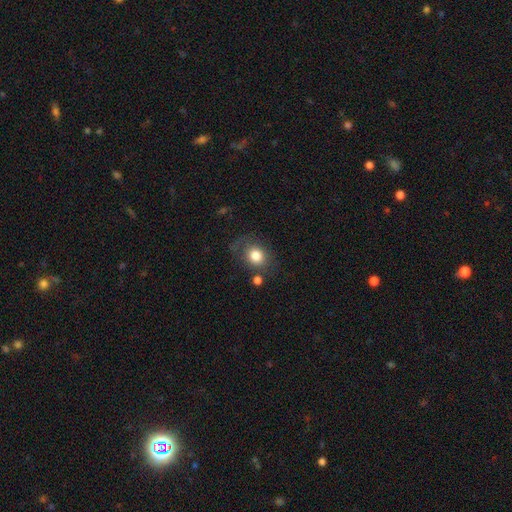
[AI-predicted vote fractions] Smooth or featured? smooth (80%)
How rounded? round (66%)
Merging? none (65%)